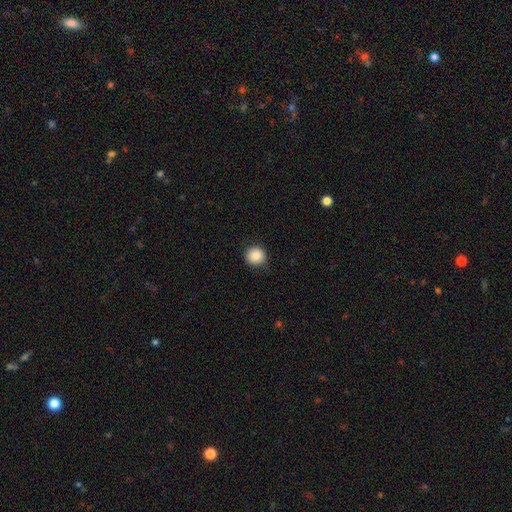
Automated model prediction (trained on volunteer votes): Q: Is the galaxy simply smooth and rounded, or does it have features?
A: smooth — 86%.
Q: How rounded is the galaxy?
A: round — 93%.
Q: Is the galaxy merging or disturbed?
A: none — 86%.